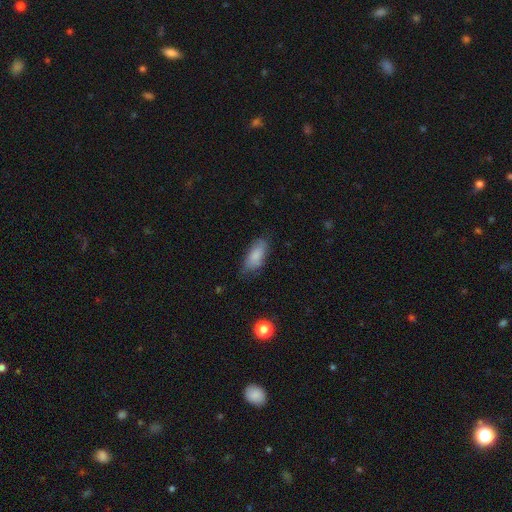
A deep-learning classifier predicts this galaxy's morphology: A smooth galaxy with no disk features (77%) that is in between round and cigar-shaped (87%). Merging: none (63%).